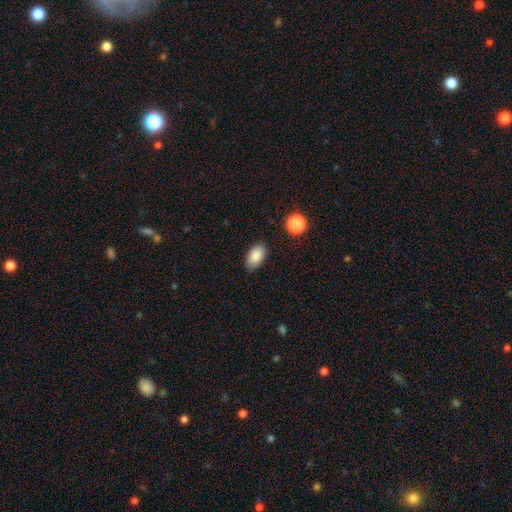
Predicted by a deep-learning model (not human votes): smooth 87%, star or artifact 8%, featured or disk 5%. Down the decision tree: how rounded — in between (93%); merging — none (84%).